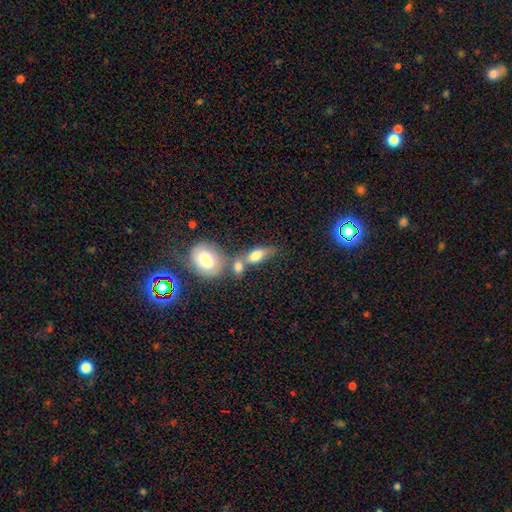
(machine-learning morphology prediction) smooth-or-featured: smooth: 74% | featured or disk: 18% | star or artifact: 8%
  how-rounded: in between: 75% | cigar-shaped: 13% | round: 11%
  merging: merger: 45% | none: 34% | minor disturbance: 13% | major disturbance: 8%